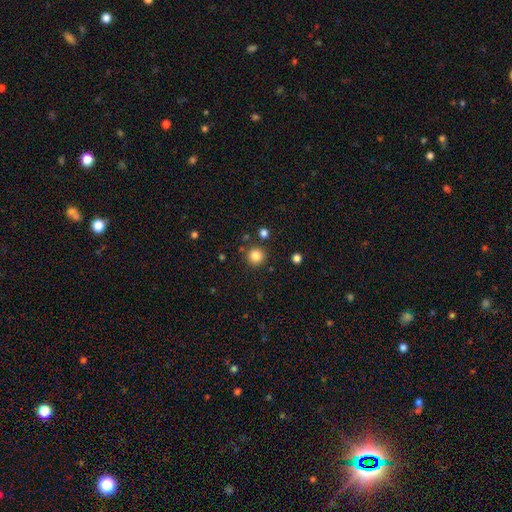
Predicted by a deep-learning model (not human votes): The model was most divided on "smooth or featured": smooth: 84%, star or artifact: 12%, featured or disk: 4%. More confident: how rounded — round (95%); merging — none (87%).